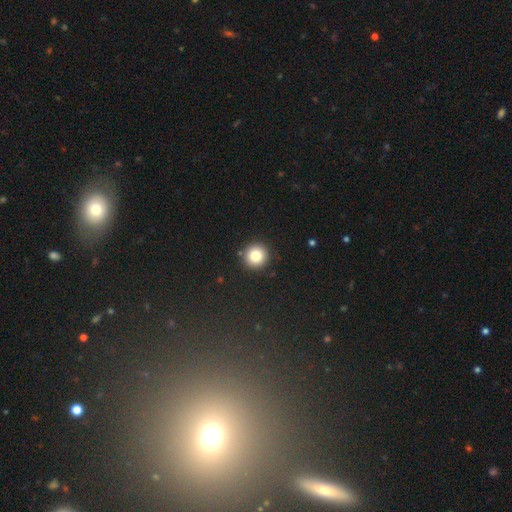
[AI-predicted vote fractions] Smooth or featured?
  - smooth: 82% *
  - star or artifact: 11%
  - featured or disk: 7%
How rounded?
  - round: 94% *
  - in between: 5%
  - cigar-shaped: 1%
Merging?
  - none: 91% *
  - minor disturbance: 6%
  - major disturbance: 2%
  - merger: 2%